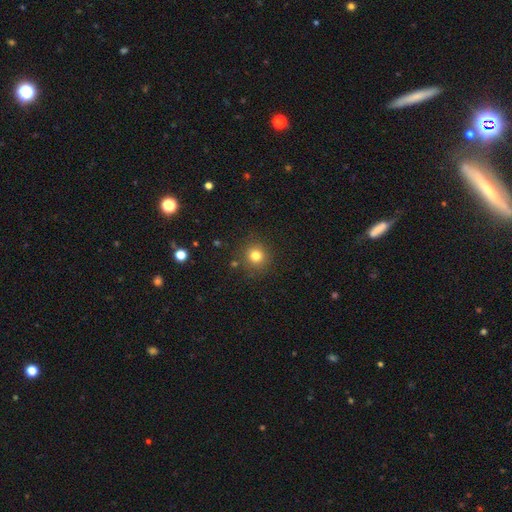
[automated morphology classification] The model was most divided on "smooth or featured": smooth: 79%, star or artifact: 14%, featured or disk: 7%. More confident: how rounded — round (92%); merging — none (87%).